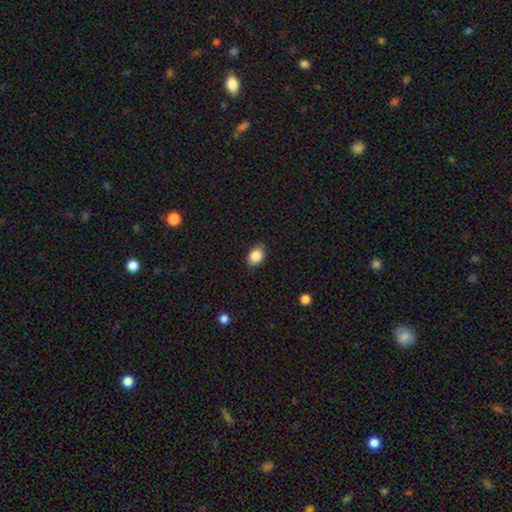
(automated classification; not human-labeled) Smooth or featured? Predicted: smooth (p=0.87). How rounded? Predicted: in between (p=0.78). Merging? Predicted: none (p=0.84).